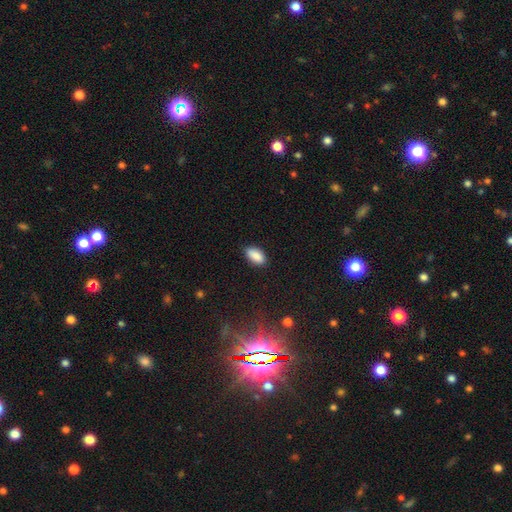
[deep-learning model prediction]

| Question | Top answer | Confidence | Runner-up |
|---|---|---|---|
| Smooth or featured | smooth | 89% | star or artifact (7%) |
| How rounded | in between | 92% | cigar-shaped (4%) |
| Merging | none | 85% | minor disturbance (12%) |